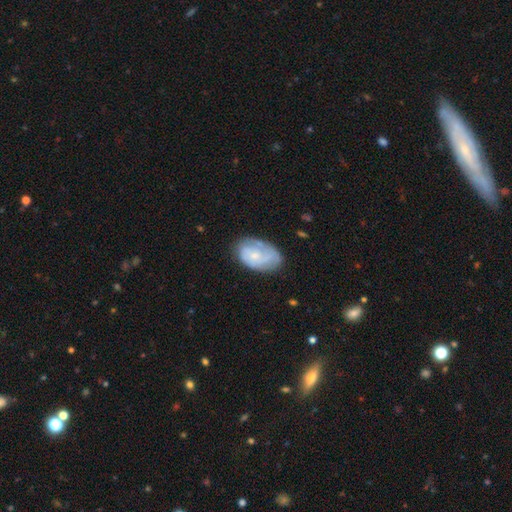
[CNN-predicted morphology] This is possibly a featured or disk galaxy (52%). It is clearly not viewed edge-on (96%). Merging: likely none (61%).